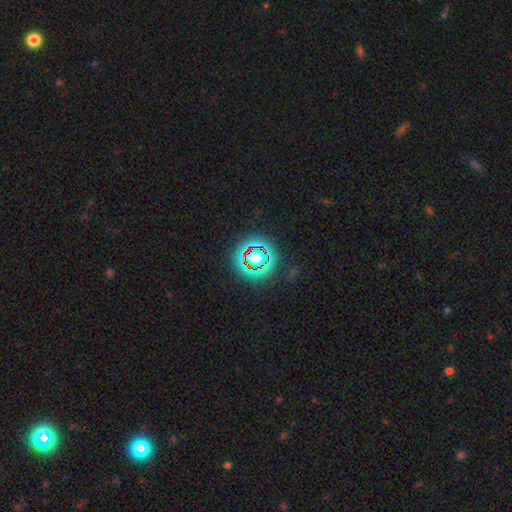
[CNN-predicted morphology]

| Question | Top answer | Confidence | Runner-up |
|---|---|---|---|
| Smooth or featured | star or artifact | 76% | smooth (15%) |